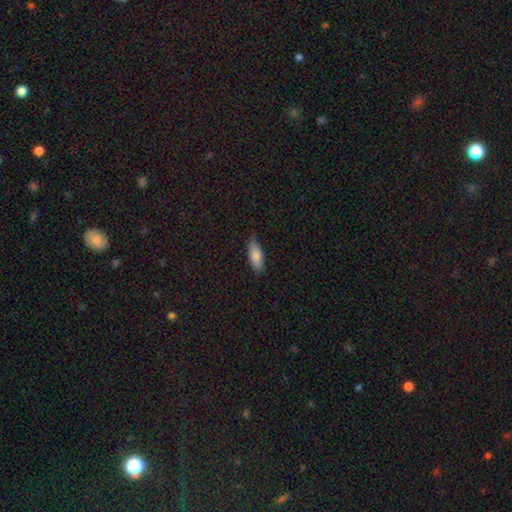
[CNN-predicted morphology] smooth 85%, featured or disk 9%, star or artifact 6%. Down the decision tree: how rounded — in between (72%); merging — none (80%).